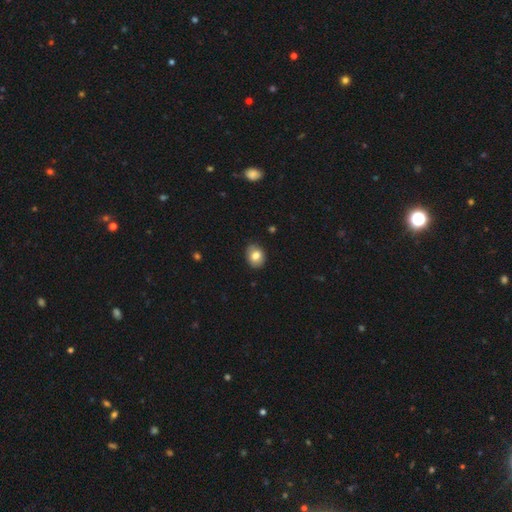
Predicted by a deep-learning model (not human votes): Smooth or featured? smooth (80%)
How rounded? in between (50%)
Merging? none (84%)